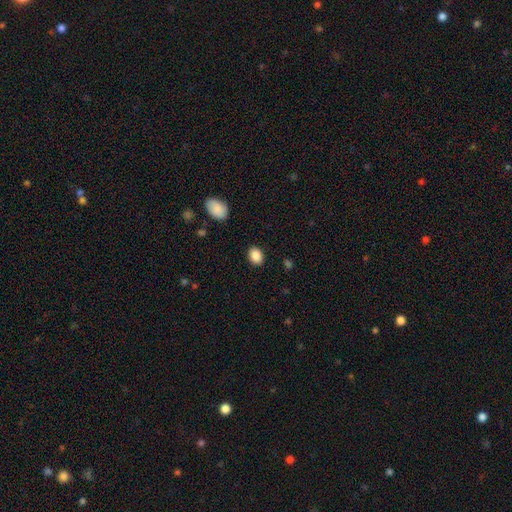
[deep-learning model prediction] Smooth or featured?
  - smooth: 88% *
  - star or artifact: 9%
  - featured or disk: 4%
How rounded?
  - in between: 61% *
  - round: 38%
  - cigar-shaped: 1%
Merging?
  - none: 88% *
  - minor disturbance: 8%
  - major disturbance: 2%
  - merger: 1%